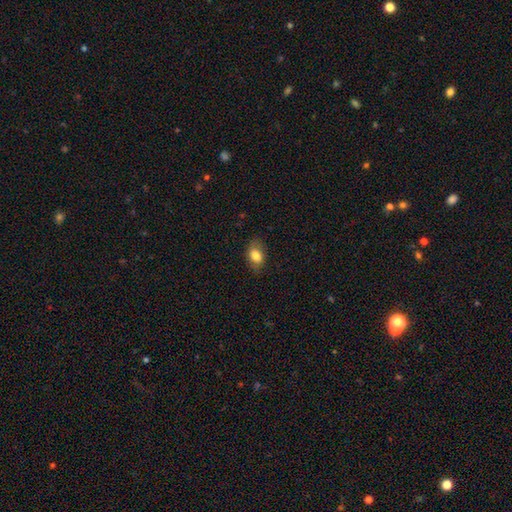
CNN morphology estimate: This appears to be a smooth galaxy with no disk features (80%) that is in between round and cigar-shaped (82%). Merging: none (76%).